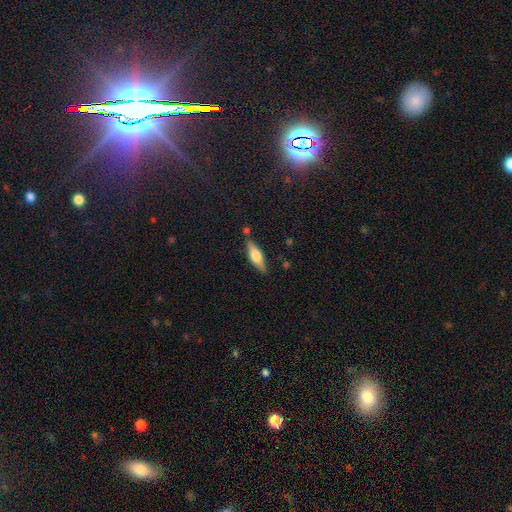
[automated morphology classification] Smooth or featured? Predicted: smooth (p=0.48). Merging? Predicted: none (p=0.80).